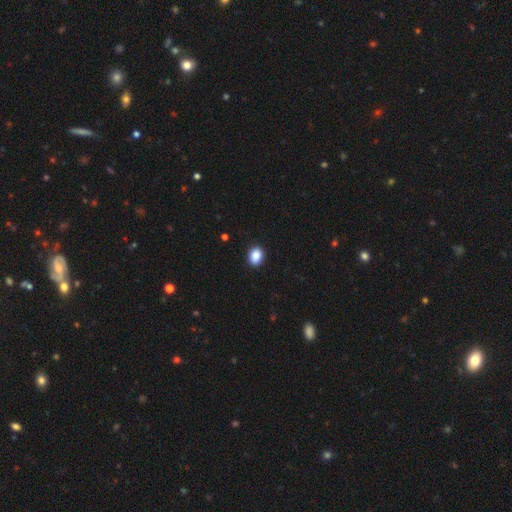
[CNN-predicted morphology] A smooth galaxy with no disk features (89%) that is in between round and cigar-shaped (59%).

Vote fractions:
- Smooth or featured? smooth: 89% / star or artifact: 8% / featured or disk: 3%
- How rounded? in between: 59% / round: 40% / cigar-shaped: 1%
- Merging? none: 91% / minor disturbance: 7% / major disturbance: 2% / merger: 1%